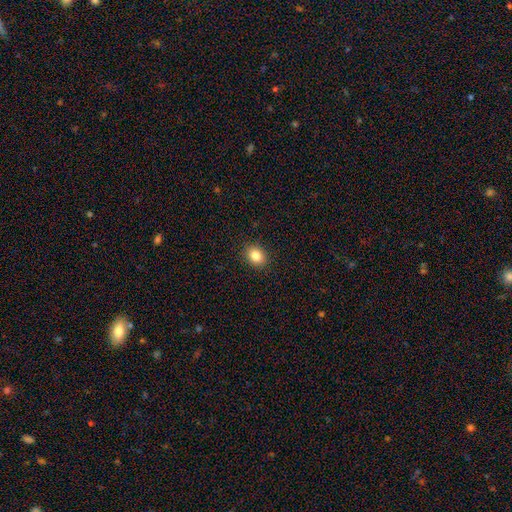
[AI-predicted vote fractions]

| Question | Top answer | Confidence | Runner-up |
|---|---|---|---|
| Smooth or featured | smooth | 84% | star or artifact (10%) |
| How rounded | round | 52% | in between (48%) |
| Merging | none | 90% | minor disturbance (7%) |